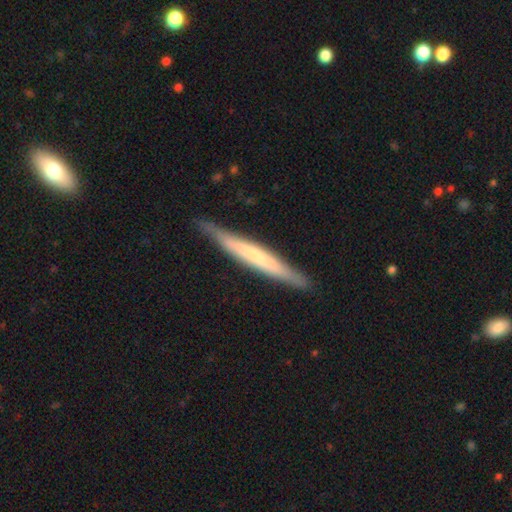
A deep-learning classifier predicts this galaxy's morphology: Smooth or featured? featured or disk (51%)
Edge-on disk? yes (94%)
Merging? none (87%)